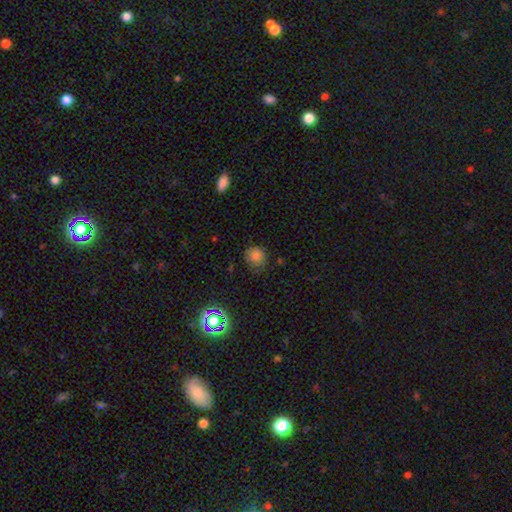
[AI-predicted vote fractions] This appears to be a smooth galaxy with no disk features (78%) that is round (86%). Merging: none (78%).